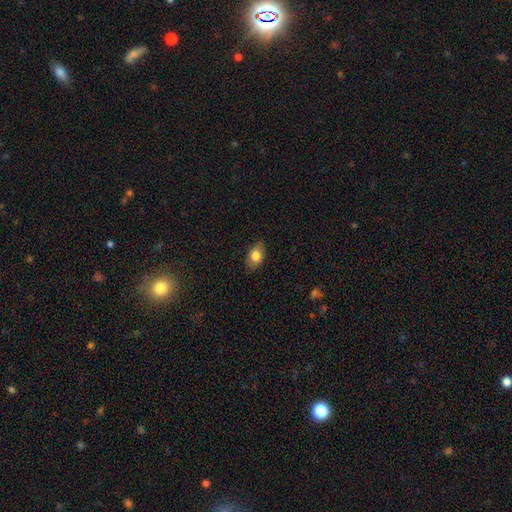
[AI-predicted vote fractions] Smooth or featured: smooth — 80% (featured or disk — 12%)
How rounded: in between — 87% (round — 11%)
Merging: none — 82% (minor disturbance — 14%)